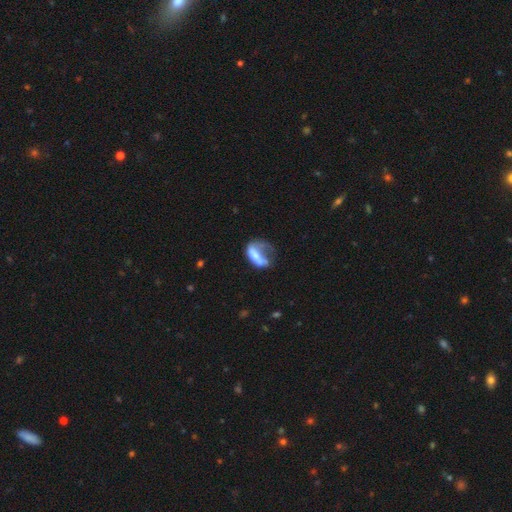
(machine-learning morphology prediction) type=smooth (48%); merging=major disturbance (50%).